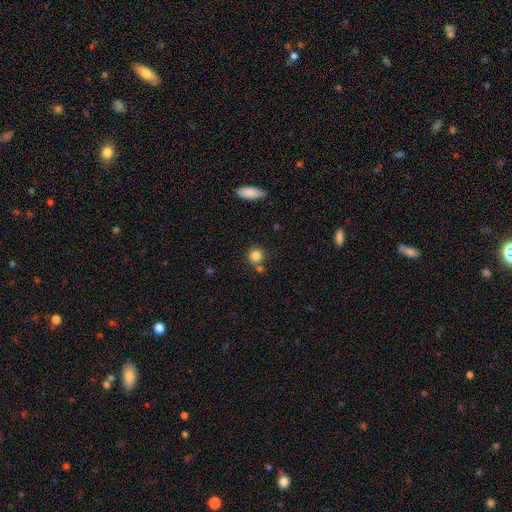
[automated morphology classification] Smooth or featured?
  - smooth: 83% *
  - star or artifact: 11%
  - featured or disk: 6%
How rounded?
  - round: 91% *
  - in between: 8%
  - cigar-shaped: 1%
Merging?
  - none: 69% *
  - merger: 17%
  - minor disturbance: 10%
  - major disturbance: 3%